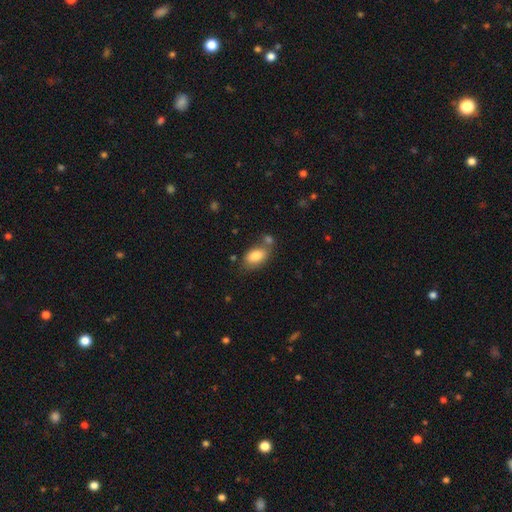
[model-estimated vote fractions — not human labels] This appears to be a smooth galaxy with no disk features (83%) that is in between round and cigar-shaped (91%). Merging: none (58%).